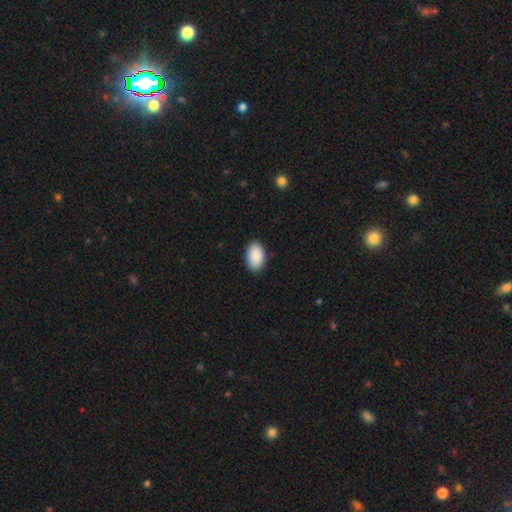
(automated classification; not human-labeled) Smooth or featured? smooth (91%)
How rounded? in between (94%)
Merging? none (89%)